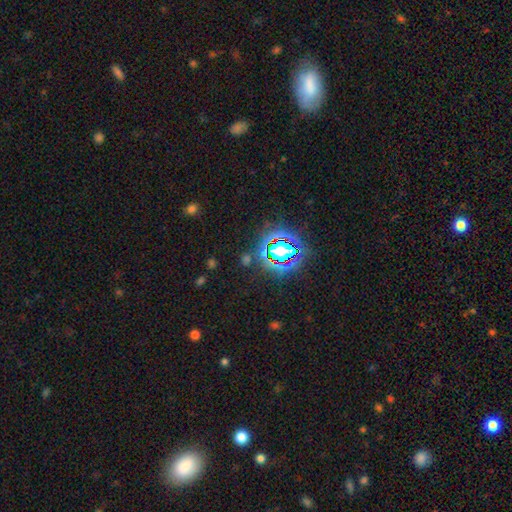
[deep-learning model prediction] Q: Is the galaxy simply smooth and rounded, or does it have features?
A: star or artifact — 79%.